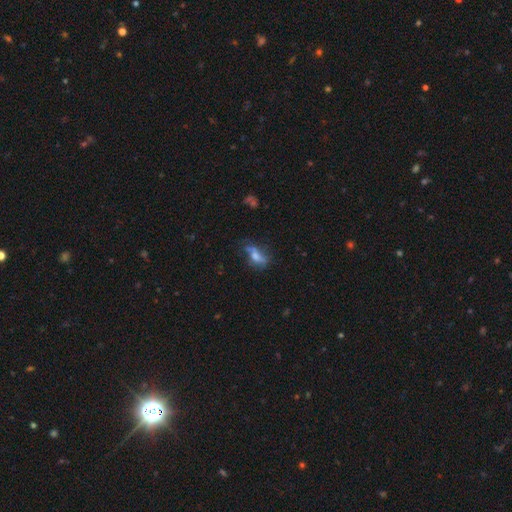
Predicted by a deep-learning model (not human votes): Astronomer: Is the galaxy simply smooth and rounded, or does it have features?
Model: featured or disk — 45% (runner-up: smooth, 40%).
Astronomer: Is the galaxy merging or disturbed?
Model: none — 44% (runner-up: minor disturbance, 25%).